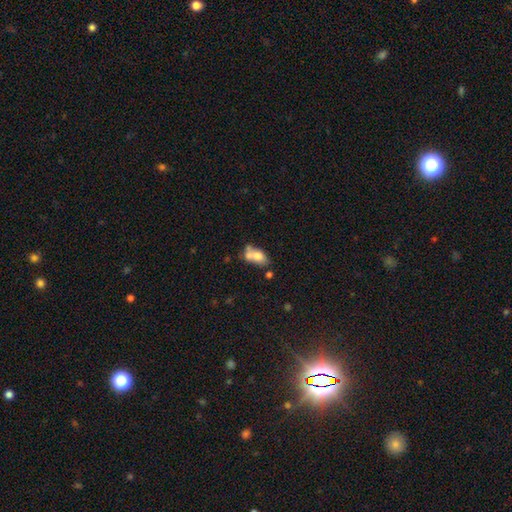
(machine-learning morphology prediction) Overall: smooth (67%). How rounded: in between (84%). Merging: merger (46%; none 30%).